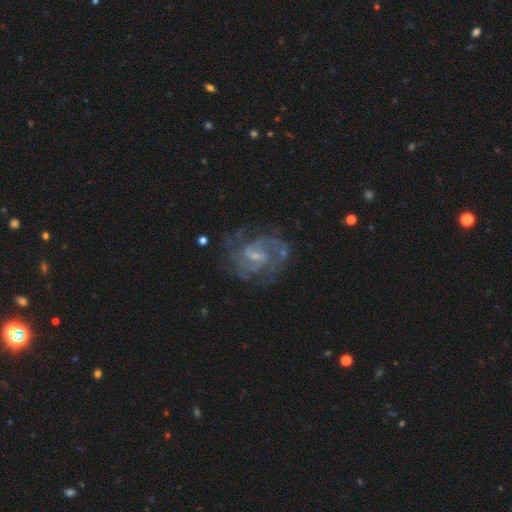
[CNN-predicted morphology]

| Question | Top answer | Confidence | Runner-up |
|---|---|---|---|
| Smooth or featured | featured or disk | 89% | star or artifact (6%) |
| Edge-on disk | no | 98% | yes (2%) |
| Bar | weak | 60% | no (24%) |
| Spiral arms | yes | 97% | no (3%) |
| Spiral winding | medium | 51% | tight (38%) |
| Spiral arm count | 2 | 54% | 3 (19%) |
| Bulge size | small | 65% | moderate (21%) |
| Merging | none | 70% | minor disturbance (17%) |